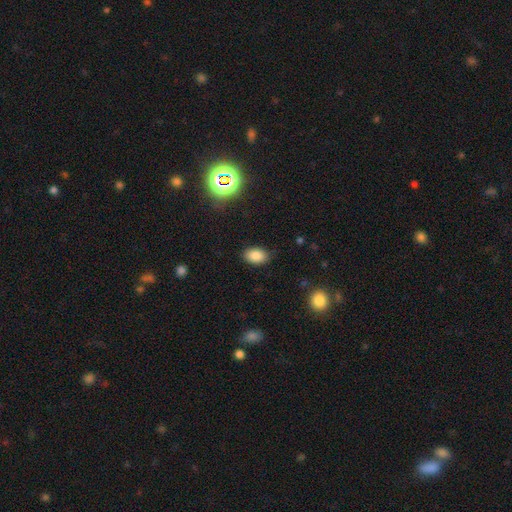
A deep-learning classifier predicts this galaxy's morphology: smooth_or_featured: smooth (p=0.84) [alt: star or artifact p=0.10]
how_rounded: in between (p=0.89) [alt: round p=0.09]
merging: none (p=0.85) [alt: minor disturbance p=0.11]